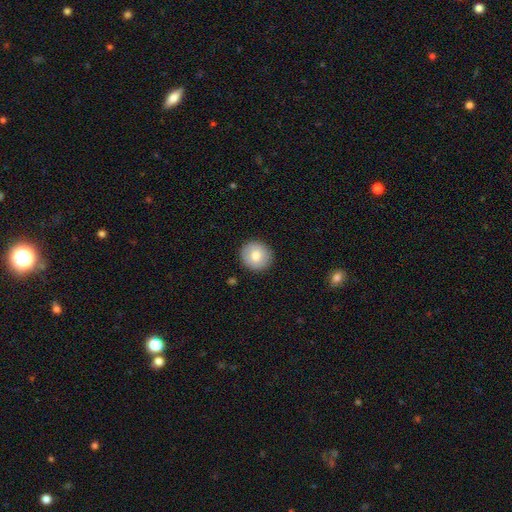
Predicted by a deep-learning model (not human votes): Morphology: type=smooth (79%); roundness=round (93%); merging=none (91%).